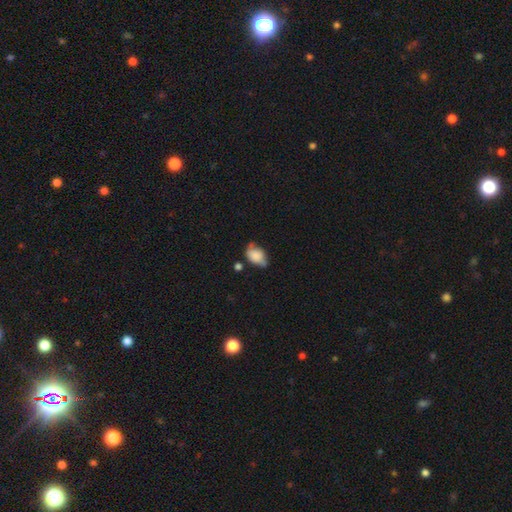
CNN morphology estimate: Smooth or featured: smooth — 79% (featured or disk — 13%)
How rounded: in between — 77% (round — 21%)
Merging: none — 44% (minor disturbance — 36%)